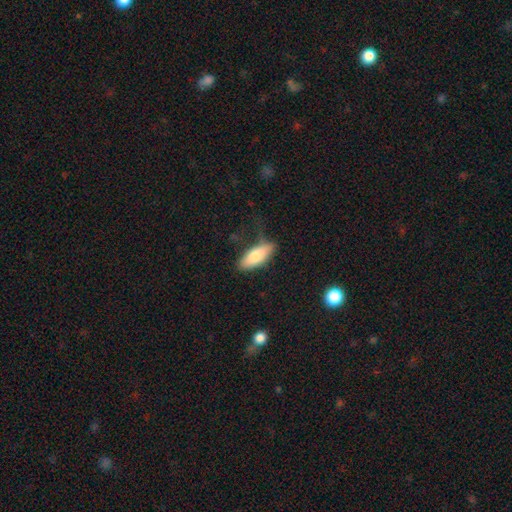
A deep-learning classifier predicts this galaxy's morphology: This is likely a smooth galaxy (78%). How rounded: likely in between (75%). Merging: likely none (67%).